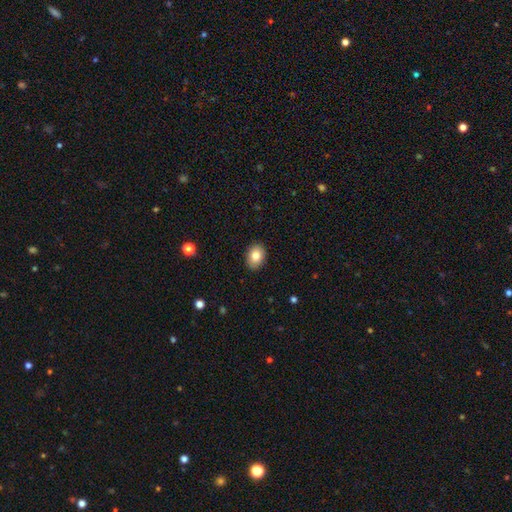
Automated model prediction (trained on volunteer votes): A smooth galaxy with no disk features (82%) that is in between round and cigar-shaped (72%).

Vote fractions:
- Smooth or featured? smooth: 82% / featured or disk: 10% / star or artifact: 8%
- How rounded? in between: 72% / round: 27% / cigar-shaped: 1%
- Merging? none: 89% / minor disturbance: 8% / major disturbance: 2% / merger: 1%